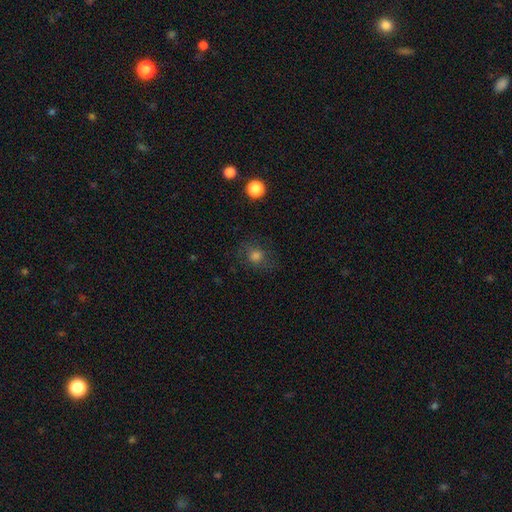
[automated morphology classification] smooth_or_featured: smooth (p=0.68) [alt: star or artifact p=0.18]
how_rounded: round (p=0.73) [alt: in between p=0.25]
merging: none (p=0.75) [alt: minor disturbance p=0.15]